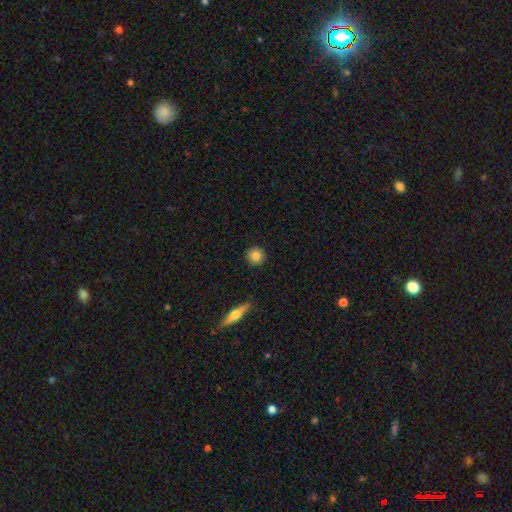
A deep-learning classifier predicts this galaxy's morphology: smooth_or_featured: smooth (p=0.82) [alt: featured or disk p=0.10]
how_rounded: round (p=0.94) [alt: in between p=0.05]
merging: none (p=0.92) [alt: minor disturbance p=0.05]